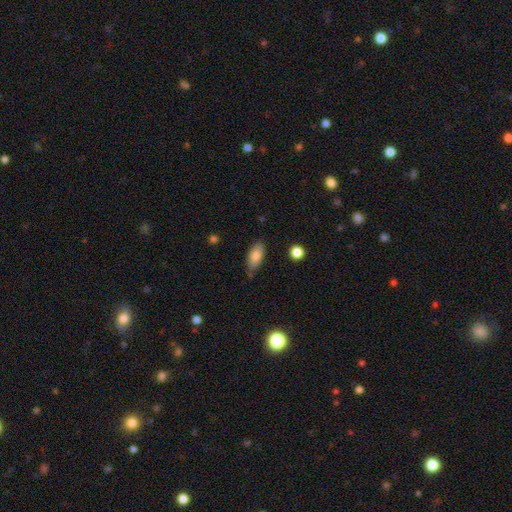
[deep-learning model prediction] Morphology: type=smooth (81%); roundness=in between (87%); merging=none (71%).